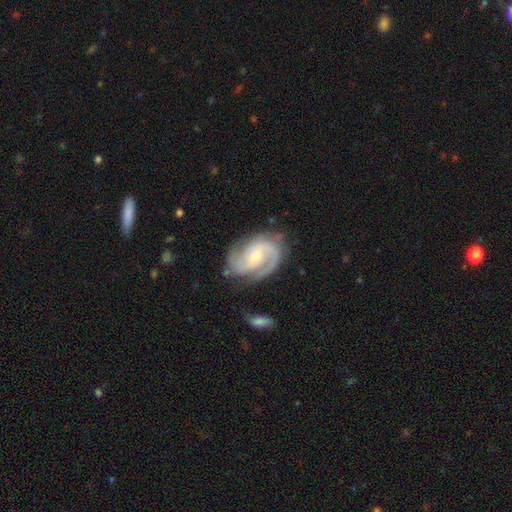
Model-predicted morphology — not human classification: A featured or disk galaxy (89%) with a weak bar (44%), 2 (77%) medium (48%) spiral arms (97%) and a small central bulge (52%).

Vote fractions:
- Smooth or featured? featured or disk: 89% / smooth: 6% / star or artifact: 5%
- Edge-on disk? no: 97% / yes: 3%
- Bar? weak: 44% / no: 41% / strong: 15%
- Spiral arms? yes: 97% / no: 3%
- Spiral winding? medium: 48% / tight: 40% / loose: 12%
- Spiral arm count? 2: 77% / 3: 10% / can't tell: 7% / 1: 3% / 4: 2% / more than 4: 2%
- Bulge size? small: 52% / moderate: 44% / large: 2% / none: 1% / dominant: 1%
- Merging? none: 72% / minor disturbance: 19% / major disturbance: 7% / merger: 2%